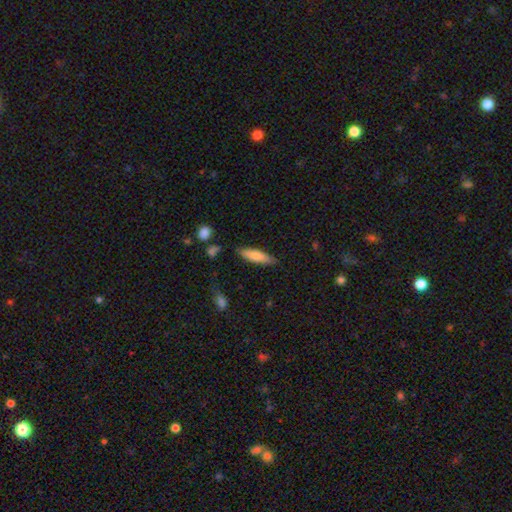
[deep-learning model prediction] This appears to be a smooth galaxy with no disk features (73%) that is cigar-shaped (65%). Merging: none (78%).